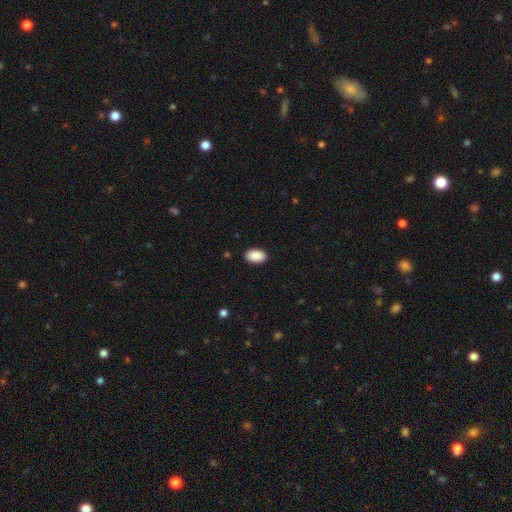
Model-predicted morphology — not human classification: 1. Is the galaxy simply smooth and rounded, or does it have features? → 91% smooth, 7% star or artifact, 3% featured or disk.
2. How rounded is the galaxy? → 94% in between, 5% round, 1% cigar-shaped.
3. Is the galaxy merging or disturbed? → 90% none, 8% minor disturbance, 2% major disturbance, 1% merger.